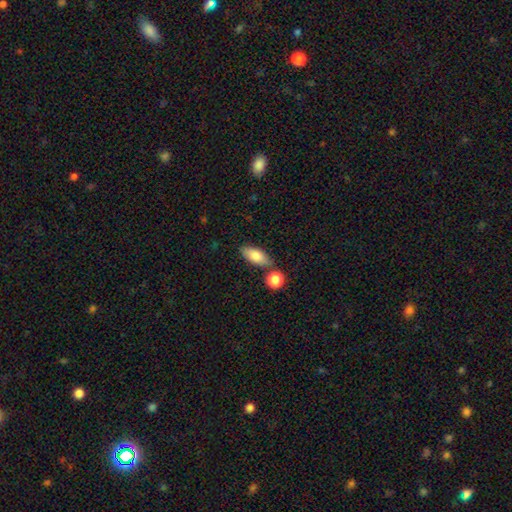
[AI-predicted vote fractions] This is clearly a smooth galaxy (83%). How rounded: clearly in between (84%). Merging: likely none (70%).